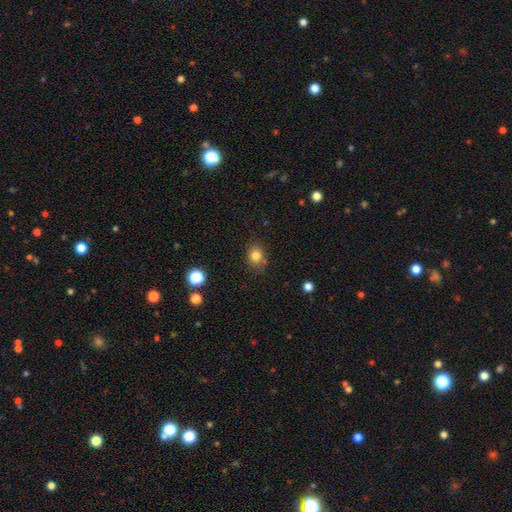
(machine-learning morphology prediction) Smooth or featured? smooth (82%)
How rounded? round (56%)
Merging? none (78%)